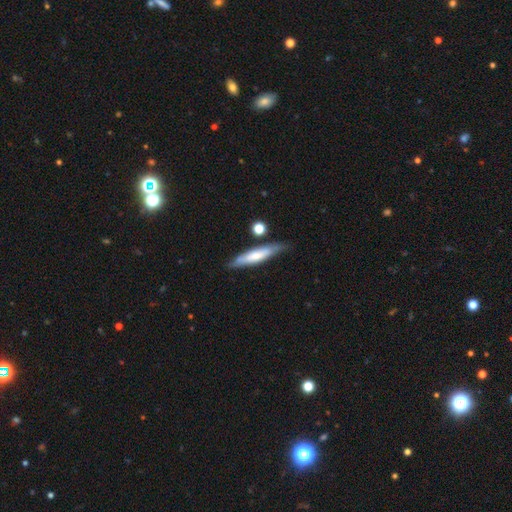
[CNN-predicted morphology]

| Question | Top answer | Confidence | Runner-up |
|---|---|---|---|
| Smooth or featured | smooth | 53% | featured or disk (41%) |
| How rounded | cigar-shaped | 83% | in between (15%) |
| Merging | none | 73% | minor disturbance (17%) |